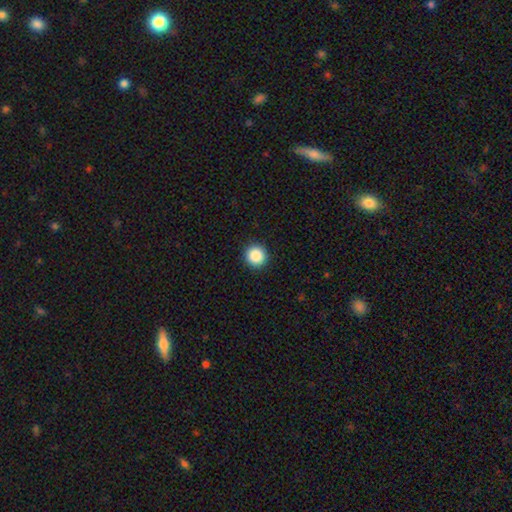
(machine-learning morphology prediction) Smooth or featured: smooth — 88% (star or artifact — 9%)
How rounded: round — 94% (in between — 5%)
Merging: none — 93% (minor disturbance — 5%)